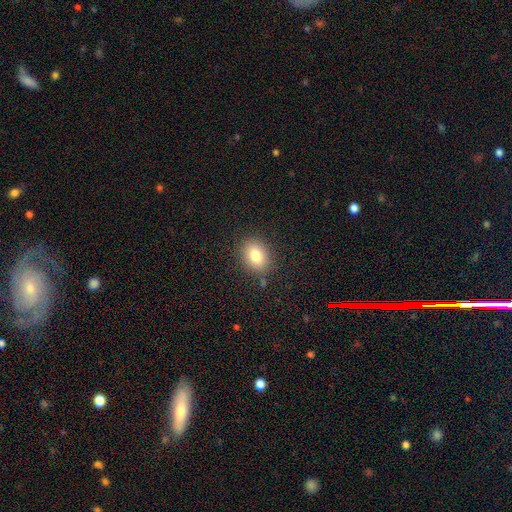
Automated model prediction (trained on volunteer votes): Smooth or featured?
  - smooth: 79% *
  - featured or disk: 11%
  - star or artifact: 10%
How rounded?
  - in between: 61% *
  - round: 38%
  - cigar-shaped: 1%
Merging?
  - none: 85% *
  - minor disturbance: 10%
  - major disturbance: 3%
  - merger: 2%